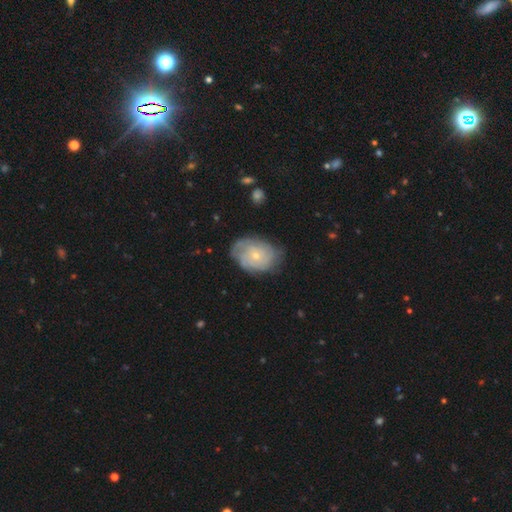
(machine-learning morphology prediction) featured or disk 64%, smooth 29%, star or artifact 7%. Down the decision tree: edge-on disk — no (97%); bar — no (83%); spiral arms — yes (83%); spiral arm count — can't tell (51%); spiral winding — tight (64%); bulge size — small (76%); merging — none (68%).